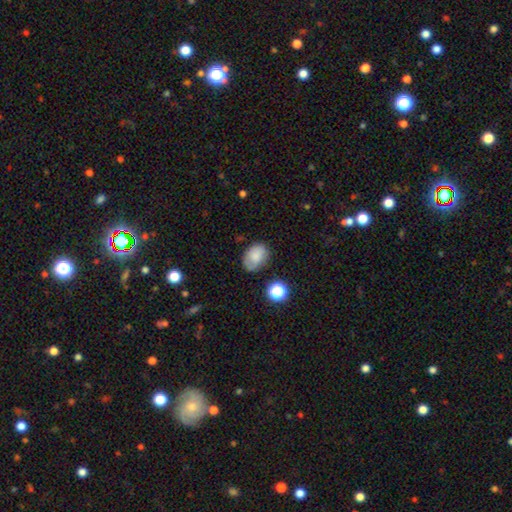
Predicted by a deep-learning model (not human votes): Overall: smooth (77%). How rounded: in between (77%). Merging: none (65%).